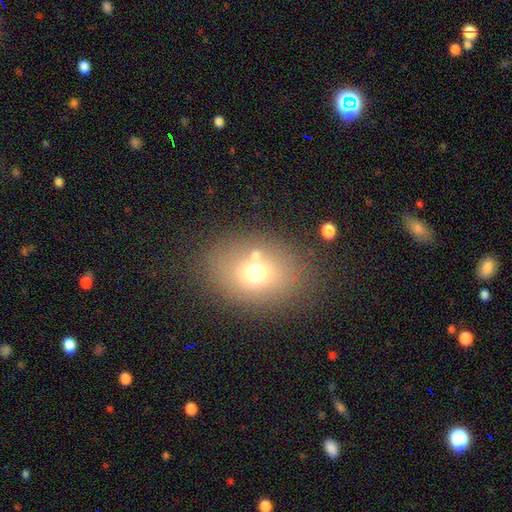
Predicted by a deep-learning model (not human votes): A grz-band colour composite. It shows a smooth galaxy with no disk features (67%) that is in between round and cigar-shaped (59%). Merging: none (72%).